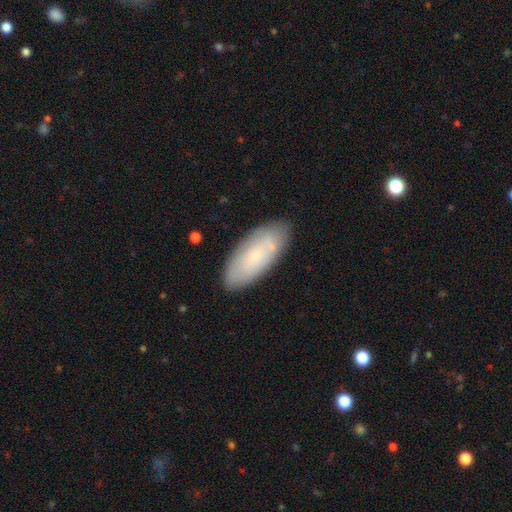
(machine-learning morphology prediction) smooth_or_featured: smooth (p=0.63) [alt: featured or disk p=0.30]
how_rounded: in between (p=0.86) [alt: cigar-shaped p=0.12]
merging: none (p=0.82) [alt: minor disturbance p=0.13]